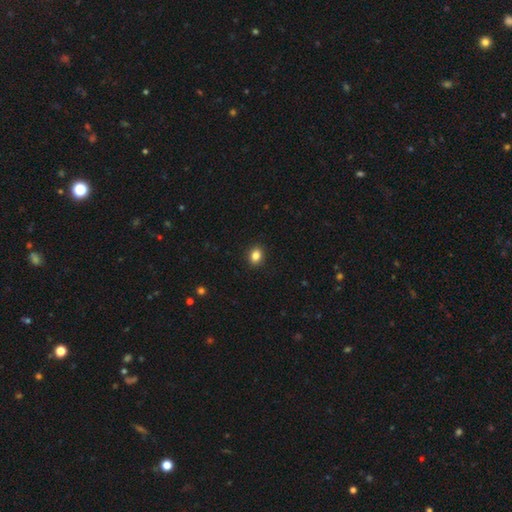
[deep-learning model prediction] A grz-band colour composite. It shows a smooth galaxy with no disk features (85%) that is in between round and cigar-shaped (55%). Merging: none (91%).